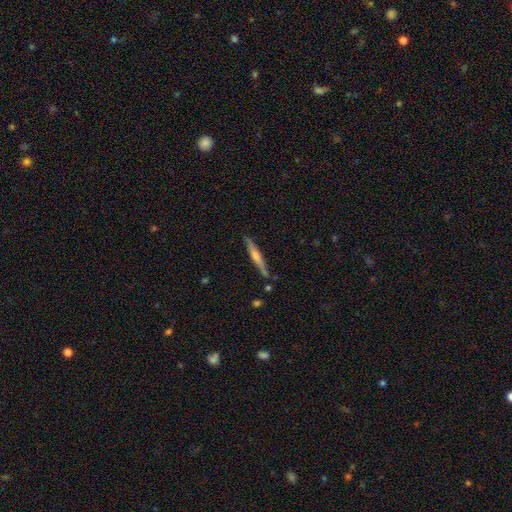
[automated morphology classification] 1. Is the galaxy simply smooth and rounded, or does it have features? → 56% featured or disk, 38% smooth, 6% star or artifact.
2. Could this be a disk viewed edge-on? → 96% yes, 4% no.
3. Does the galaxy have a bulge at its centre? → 64% rounded, 25% none, 10% boxy.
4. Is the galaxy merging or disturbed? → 85% none, 10% minor disturbance, 3% merger, 2% major disturbance.